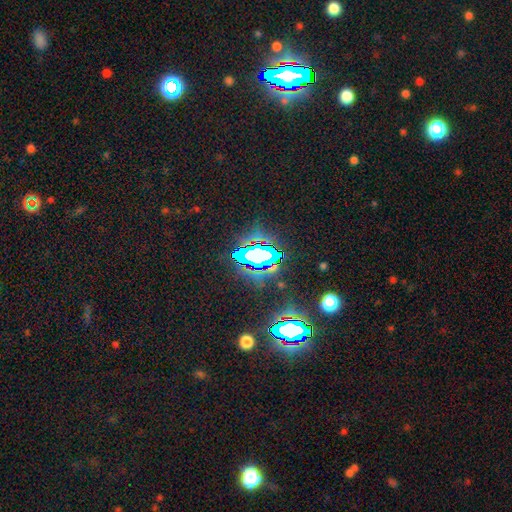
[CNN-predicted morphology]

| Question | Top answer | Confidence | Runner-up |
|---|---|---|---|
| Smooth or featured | star or artifact | 65% | smooth (21%) |